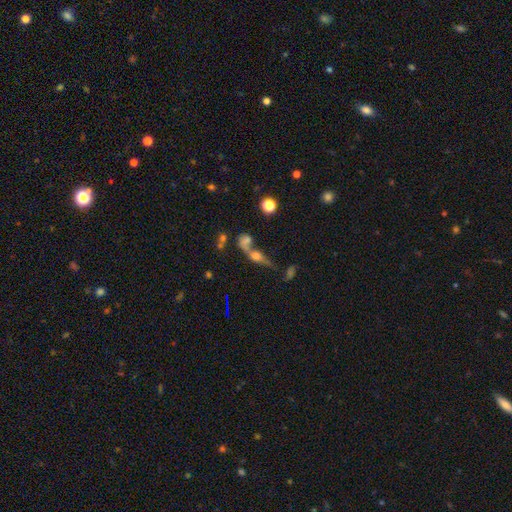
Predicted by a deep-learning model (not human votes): Morphology: type=featured or disk (49%); merging=merger (39%).